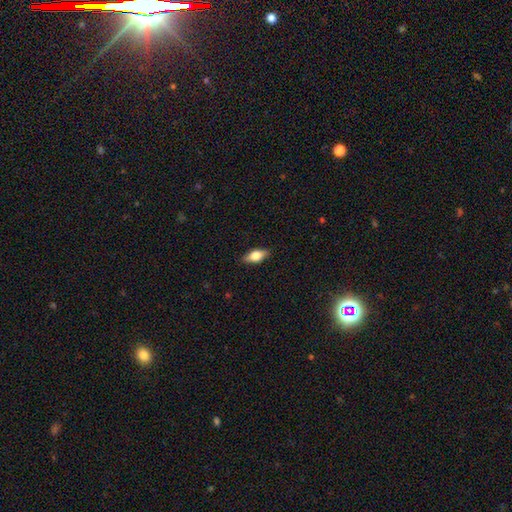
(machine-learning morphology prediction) Smooth or featured? Predicted: smooth (p=0.67). How rounded? Predicted: in between (p=0.81). Merging? Predicted: none (p=0.87).